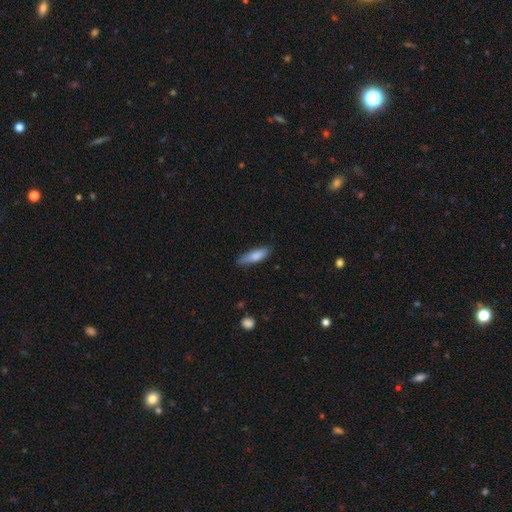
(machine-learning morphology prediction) Overall: smooth (79%). How rounded: cigar-shaped (59%; in between 39%). Merging: none (74%).